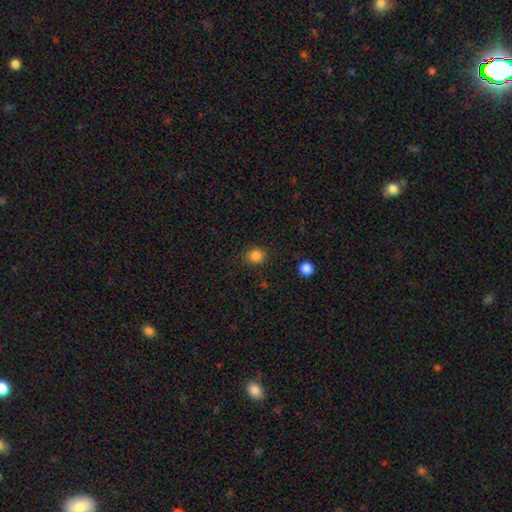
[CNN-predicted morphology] Smooth or featured?
  - smooth: 84% *
  - star or artifact: 12%
  - featured or disk: 4%
How rounded?
  - round: 84% *
  - in between: 15%
  - cigar-shaped: 1%
Merging?
  - none: 87% *
  - minor disturbance: 8%
  - major disturbance: 3%
  - merger: 2%